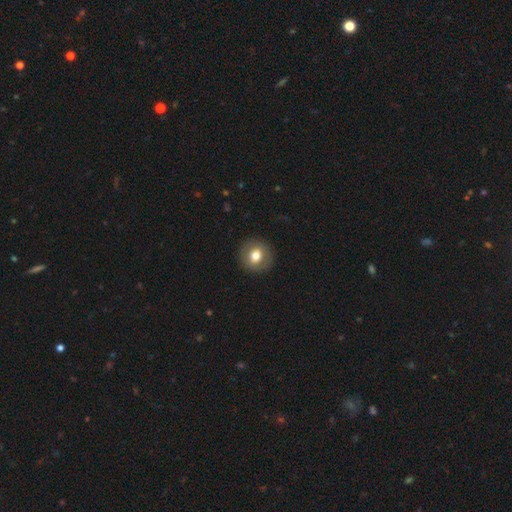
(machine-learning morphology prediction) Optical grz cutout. It shows a smooth galaxy with no disk features (72%) that is round (89%). Merging: none (91%).